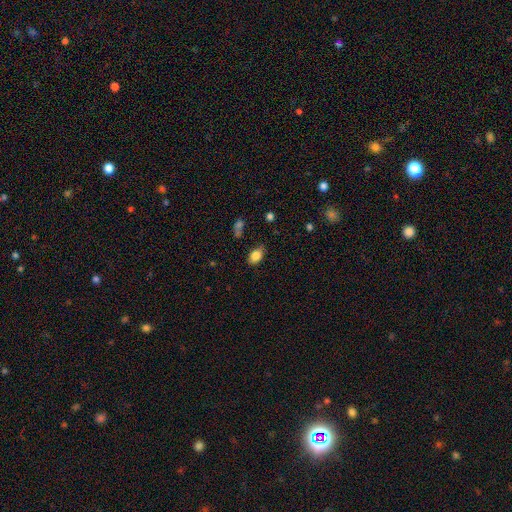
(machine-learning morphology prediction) Smooth or featured? smooth (83%)
How rounded? in between (84%)
Merging? none (74%)